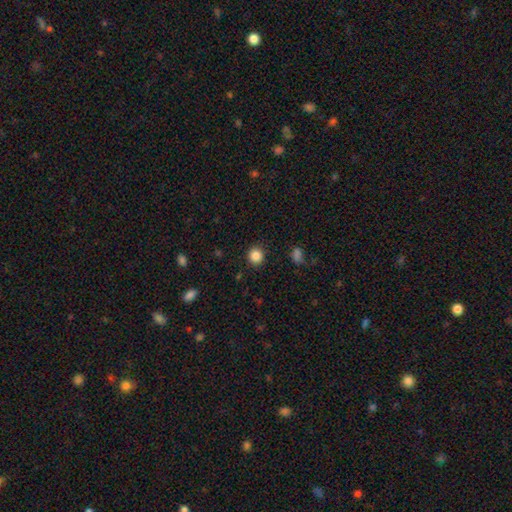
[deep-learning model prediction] A smooth galaxy with no disk features (86%) that is round (90%).

Vote fractions:
- Smooth or featured? smooth: 86% / star or artifact: 10% / featured or disk: 3%
- How rounded? round: 90% / in between: 9% / cigar-shaped: 1%
- Merging? none: 90% / minor disturbance: 6% / major disturbance: 2% / merger: 1%